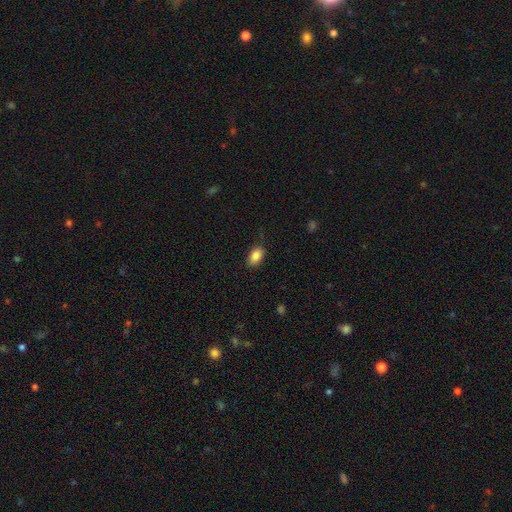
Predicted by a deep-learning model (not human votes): Smooth or featured? smooth (87%)
How rounded? in between (91%)
Merging? none (83%)